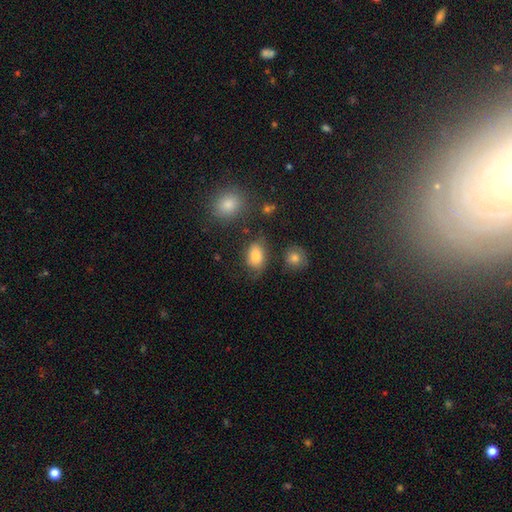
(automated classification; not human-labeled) Q: Smooth or featured?
A: smooth (82%); runner-up: featured or disk (9%)
Q: How rounded?
A: in between (81%); runner-up: round (17%)
Q: Merging?
A: none (64%); runner-up: minor disturbance (23%)